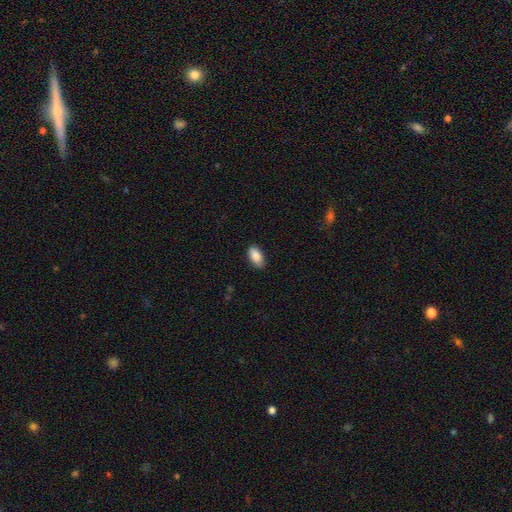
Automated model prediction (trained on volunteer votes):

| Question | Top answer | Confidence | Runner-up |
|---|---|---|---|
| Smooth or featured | smooth | 88% | star or artifact (7%) |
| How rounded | in between | 93% | cigar-shaped (4%) |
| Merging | none | 83% | minor disturbance (14%) |